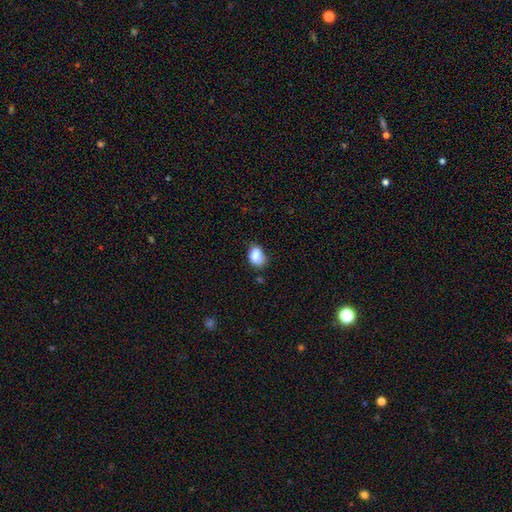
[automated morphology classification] Smooth or featured? Predicted: smooth (p=0.84). How rounded? Predicted: in between (p=0.77). Merging? Predicted: none (p=0.55).